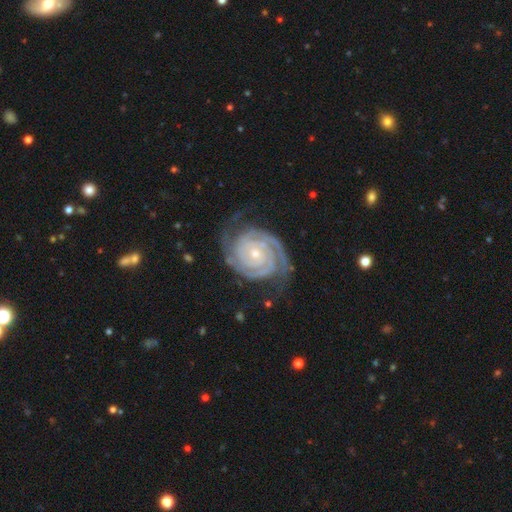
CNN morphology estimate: Overall: featured or disk (92%). Edge-on disk: no (98%). Bar: no (71%). Spiral arms: yes (99%). Spiral arm count: 2 (59%; 3 19%). Spiral winding: tight (82%). Bulge size: small (69%). Merging: none (78%).